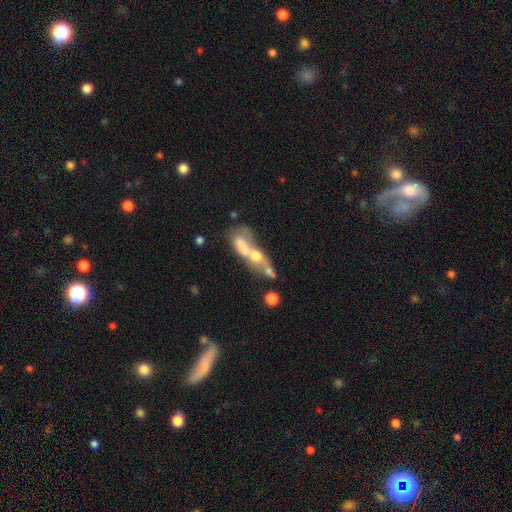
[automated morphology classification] Overall: smooth (48%; featured or disk 40%). Merging: merger (68%).